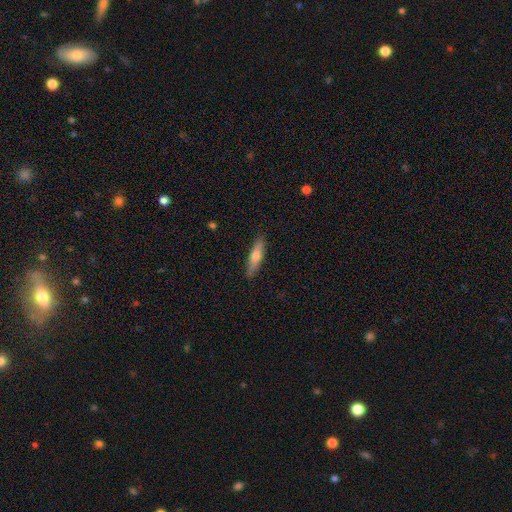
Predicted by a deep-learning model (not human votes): A smooth galaxy with no disk features (61%) that is cigar-shaped (74%). Merging: none (86%).